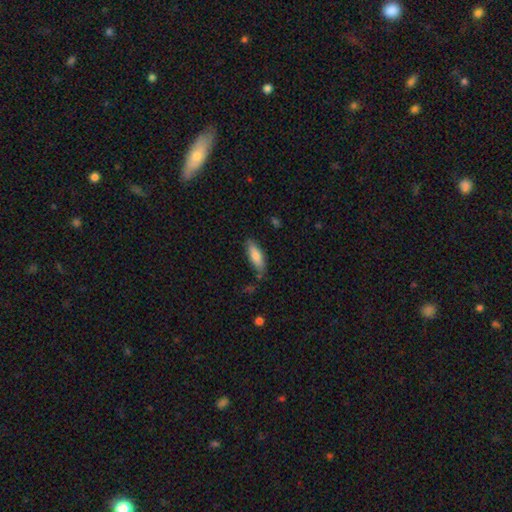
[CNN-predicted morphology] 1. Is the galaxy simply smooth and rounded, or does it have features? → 78% smooth, 16% featured or disk, 6% star or artifact.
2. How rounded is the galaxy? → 59% in between, 40% cigar-shaped, 2% round.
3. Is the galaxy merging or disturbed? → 74% none, 19% minor disturbance, 4% major disturbance, 4% merger.